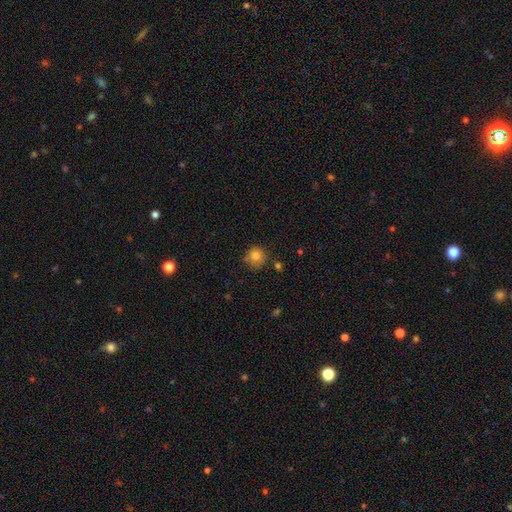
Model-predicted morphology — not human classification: Smooth or featured?
  - smooth: 81% *
  - star or artifact: 12%
  - featured or disk: 7%
How rounded?
  - round: 91% *
  - in between: 8%
  - cigar-shaped: 1%
Merging?
  - none: 76% *
  - minor disturbance: 15%
  - merger: 5%
  - major disturbance: 3%